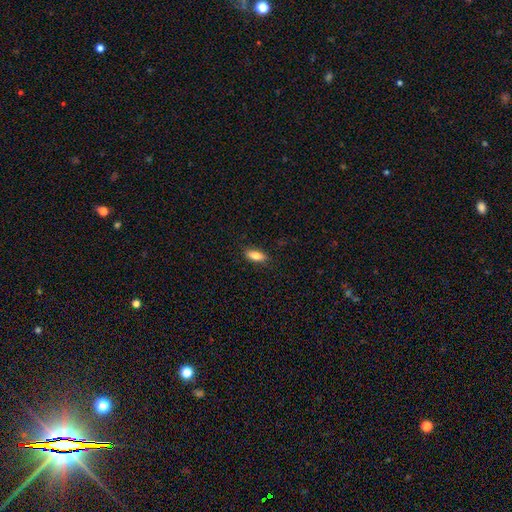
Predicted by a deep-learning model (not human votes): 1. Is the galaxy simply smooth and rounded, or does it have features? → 80% smooth, 12% featured or disk, 7% star or artifact.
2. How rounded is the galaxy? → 75% in between, 22% cigar-shaped, 3% round.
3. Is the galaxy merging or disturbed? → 86% none, 10% minor disturbance, 2% major disturbance, 1% merger.